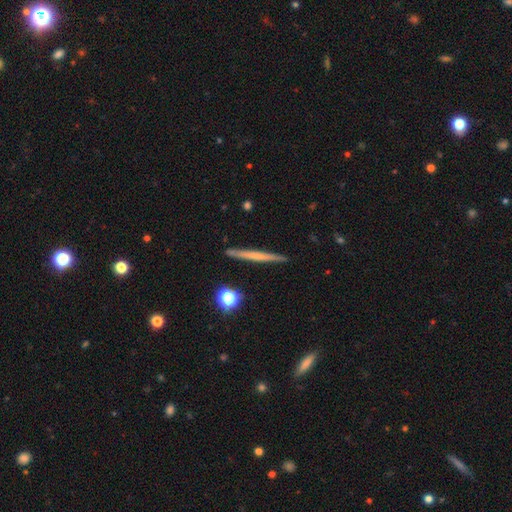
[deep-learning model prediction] Smooth or featured? Predicted: featured or disk (p=0.50). Merging? Predicted: none (p=0.91).